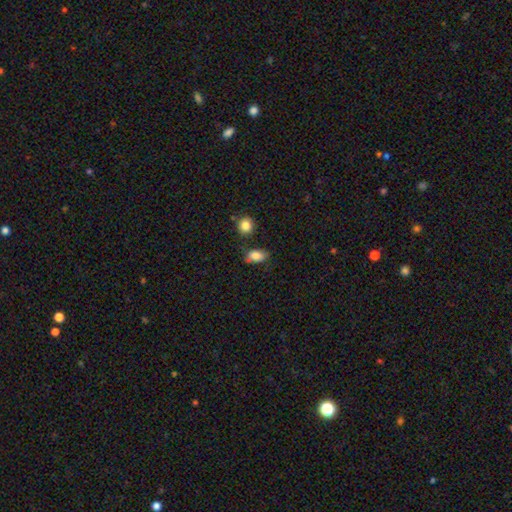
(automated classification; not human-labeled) smooth 83%, featured or disk 9%, star or artifact 9%. Down the decision tree: how rounded — in between (87%); merging — none (69%).